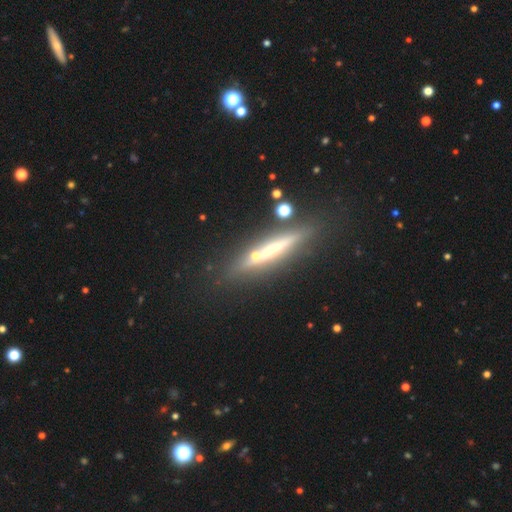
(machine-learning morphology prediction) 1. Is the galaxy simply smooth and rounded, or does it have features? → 64% featured or disk, 24% smooth, 12% star or artifact.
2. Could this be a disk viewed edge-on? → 92% yes, 8% no.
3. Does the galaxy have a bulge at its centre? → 60% none, 27% rounded, 13% boxy.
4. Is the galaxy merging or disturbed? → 78% none, 13% minor disturbance, 5% merger, 4% major disturbance.